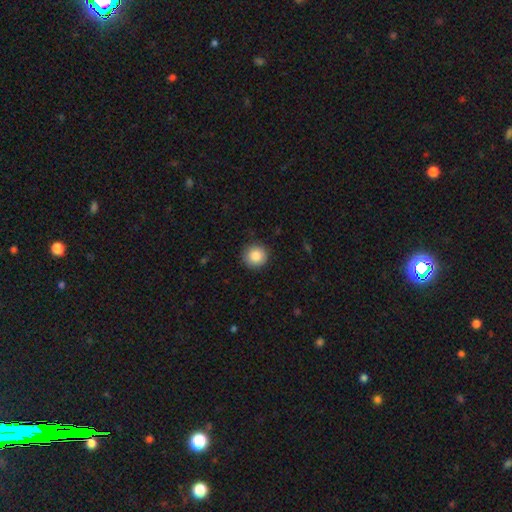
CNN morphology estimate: Smooth or featured?
  - smooth: 86% *
  - star or artifact: 9%
  - featured or disk: 5%
How rounded?
  - round: 94% *
  - in between: 5%
  - cigar-shaped: 1%
Merging?
  - none: 90% *
  - minor disturbance: 7%
  - major disturbance: 2%
  - merger: 1%